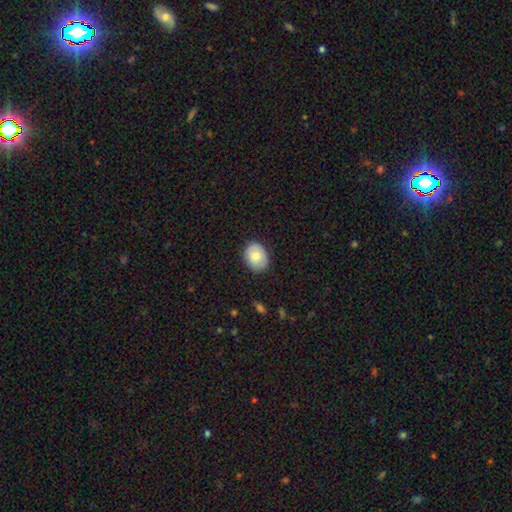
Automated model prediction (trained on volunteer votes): Smooth or featured?
  - smooth: 79% *
  - featured or disk: 14%
  - star or artifact: 7%
How rounded?
  - in between: 62% *
  - round: 37%
  - cigar-shaped: 1%
Merging?
  - none: 85% *
  - minor disturbance: 12%
  - major disturbance: 2%
  - merger: 1%